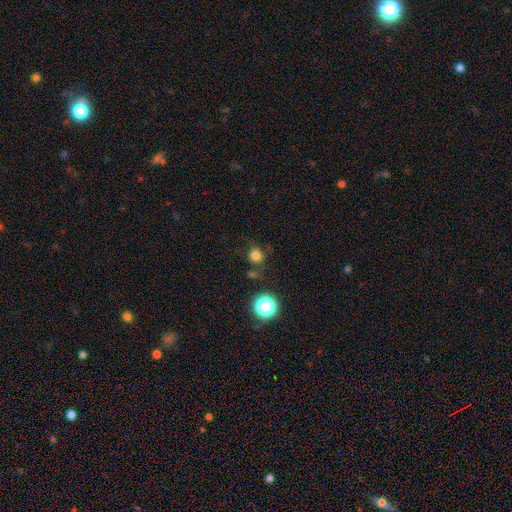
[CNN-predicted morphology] smooth-or-featured: smooth: 76% | star or artifact: 18% | featured or disk: 6%
  how-rounded: round: 81% | in between: 18% | cigar-shaped: 1%
  merging: none: 72% | minor disturbance: 15% | merger: 7% | major disturbance: 6%